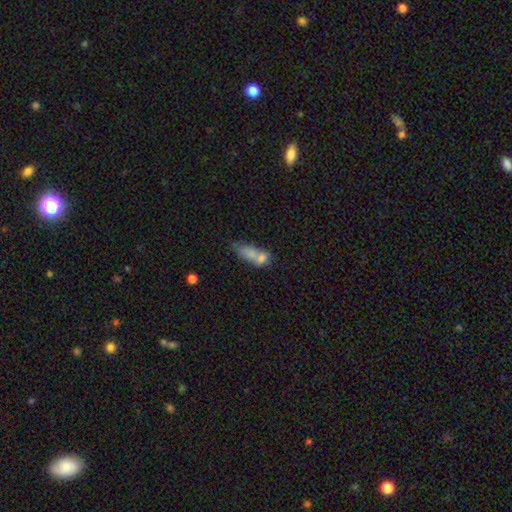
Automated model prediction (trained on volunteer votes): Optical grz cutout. It shows a smooth galaxy with no disk features (65%) that is in between round and cigar-shaped (66%). Merging: merger (54%).